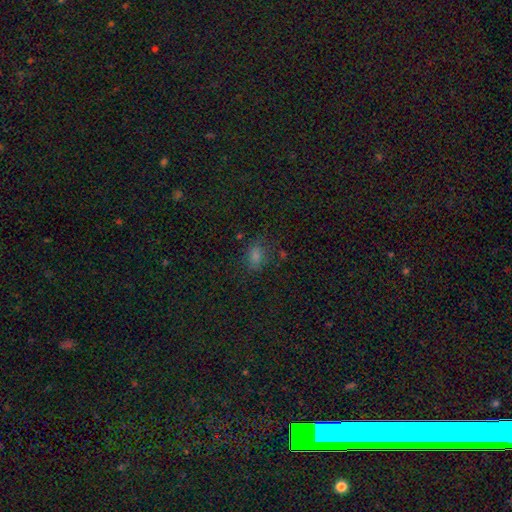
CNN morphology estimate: This appears to be a smooth galaxy with no disk features (63%) that is in between round and cigar-shaped (68%). Merging: none (73%).